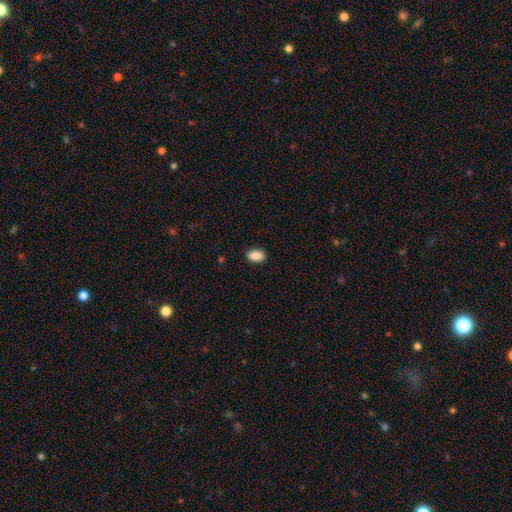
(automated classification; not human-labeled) Smooth or featured? Predicted: smooth (p=0.90). How rounded? Predicted: in between (p=0.89). Merging? Predicted: none (p=0.88).